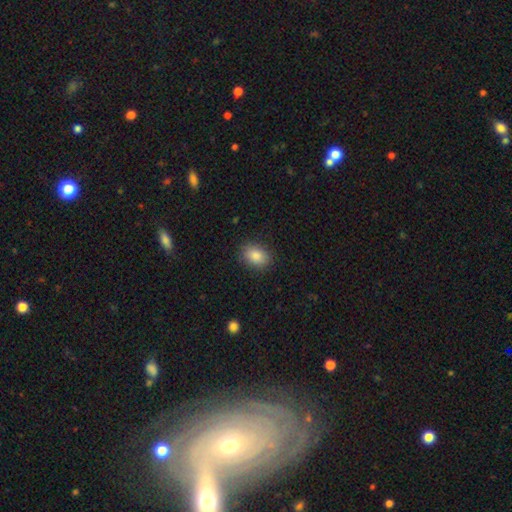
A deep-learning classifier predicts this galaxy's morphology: Q: Smooth or featured?
A: smooth (86%); runner-up: star or artifact (8%)
Q: How rounded?
A: in between (75%); runner-up: round (23%)
Q: Merging?
A: none (87%); runner-up: minor disturbance (9%)